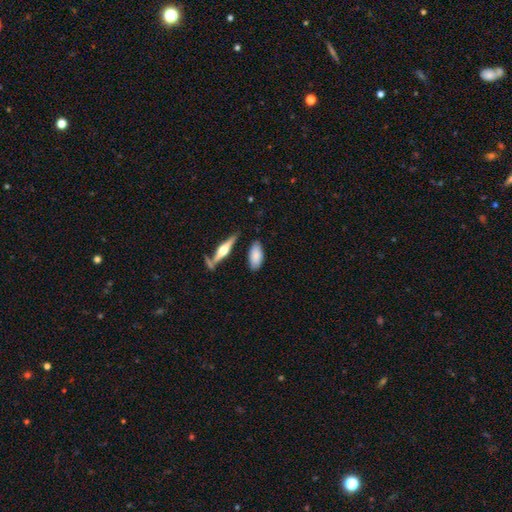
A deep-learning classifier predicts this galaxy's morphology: A smooth galaxy with no disk features (78%) that is in between round and cigar-shaped (84%). Merging: none (73%).